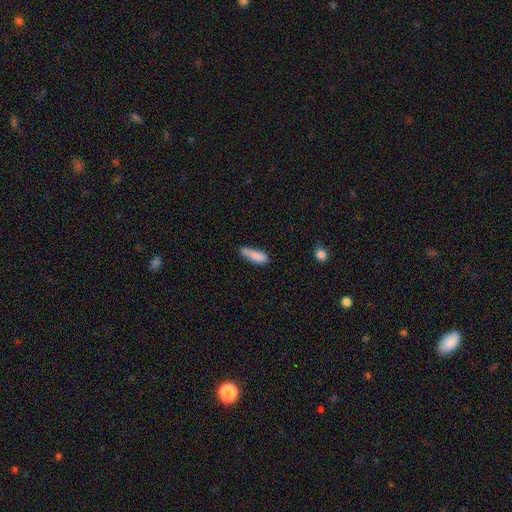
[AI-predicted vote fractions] Smooth or featured?
  - smooth: 84% *
  - featured or disk: 8%
  - star or artifact: 7%
How rounded?
  - cigar-shaped: 54% *
  - in between: 44%
  - round: 2%
Merging?
  - none: 53% *
  - minor disturbance: 30%
  - merger: 9%
  - major disturbance: 8%